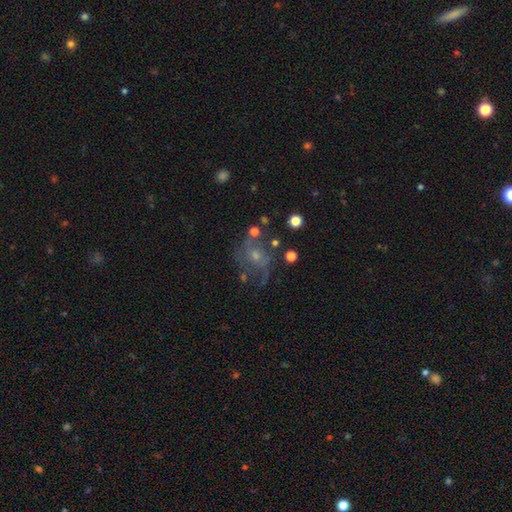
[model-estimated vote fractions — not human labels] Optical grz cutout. It shows a featured or disk galaxy (57%) with no bar (75%), spiral arms (67%) and a small central bulge (49%). Merging: none (52%).